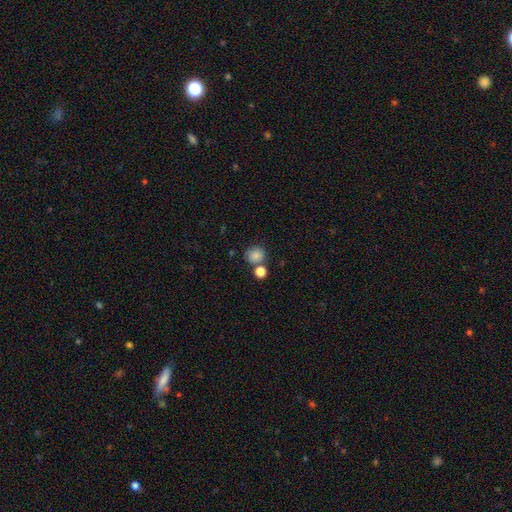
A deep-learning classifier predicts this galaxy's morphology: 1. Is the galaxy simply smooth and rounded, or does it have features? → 83% smooth, 11% star or artifact, 6% featured or disk.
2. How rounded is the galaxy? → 84% round, 15% in between, 1% cigar-shaped.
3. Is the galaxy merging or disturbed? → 66% none, 19% merger, 11% minor disturbance, 4% major disturbance.